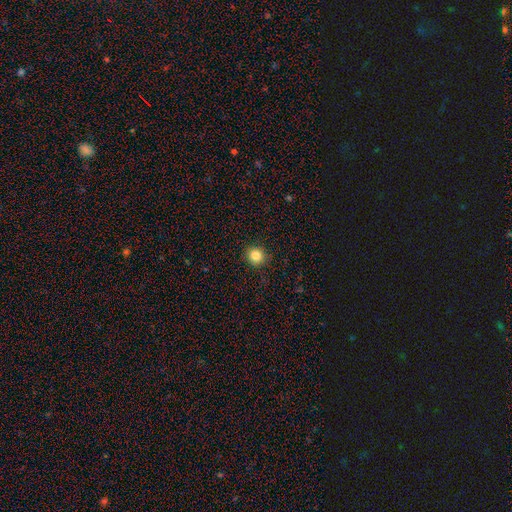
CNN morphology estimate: Smooth or featured? smooth (84%)
How rounded? round (91%)
Merging? none (91%)